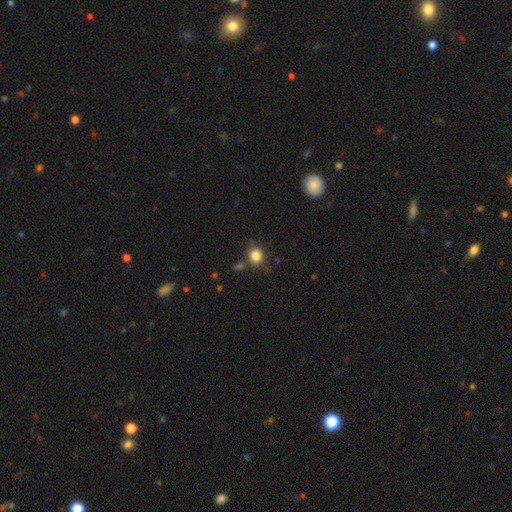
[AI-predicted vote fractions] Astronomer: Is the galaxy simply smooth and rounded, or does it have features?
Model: smooth — 84%.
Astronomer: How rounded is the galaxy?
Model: round — 68%.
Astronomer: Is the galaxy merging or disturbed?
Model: none — 74%.